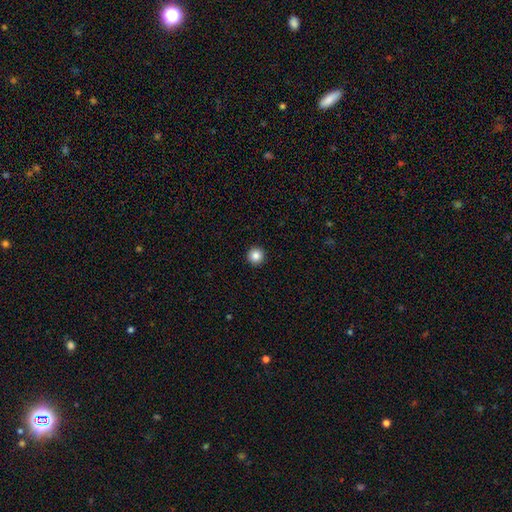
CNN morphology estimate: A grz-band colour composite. It shows a smooth galaxy with no disk features (85%) that is round (97%). Merging: none (94%).